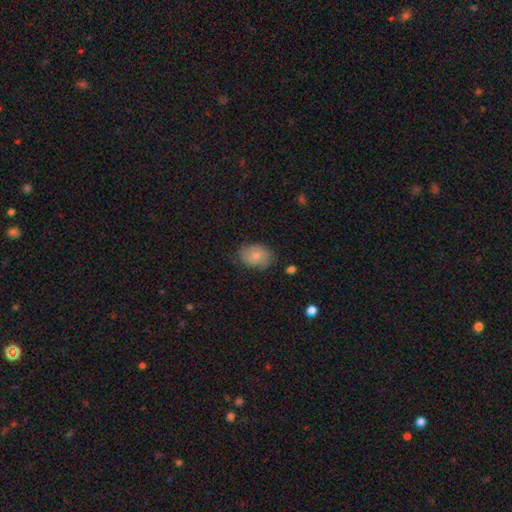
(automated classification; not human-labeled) Smooth or featured: smooth — 78% (featured or disk — 14%)
How rounded: in between — 79% (round — 20%)
Merging: none — 75% (minor disturbance — 19%)